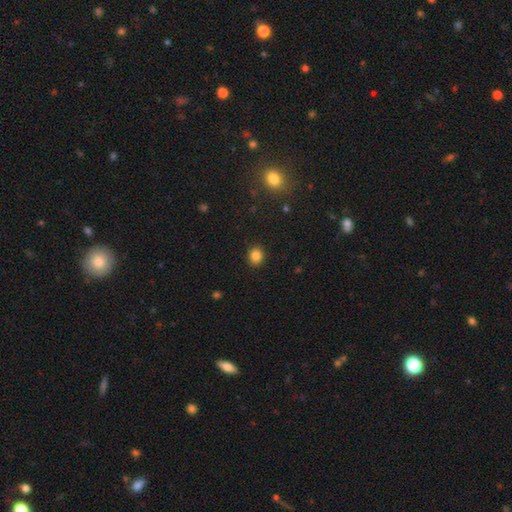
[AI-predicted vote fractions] smooth-or-featured: smooth: 85% | star or artifact: 11% | featured or disk: 5%
  how-rounded: round: 72% | in between: 27% | cigar-shaped: 1%
  merging: none: 90% | minor disturbance: 7% | major disturbance: 2% | merger: 1%